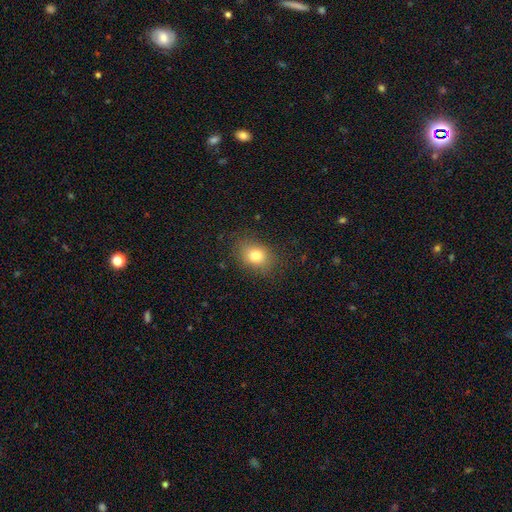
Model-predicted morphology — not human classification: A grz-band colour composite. It shows a smooth galaxy with no disk features (79%) that is in between round and cigar-shaped (59%). Merging: none (82%).